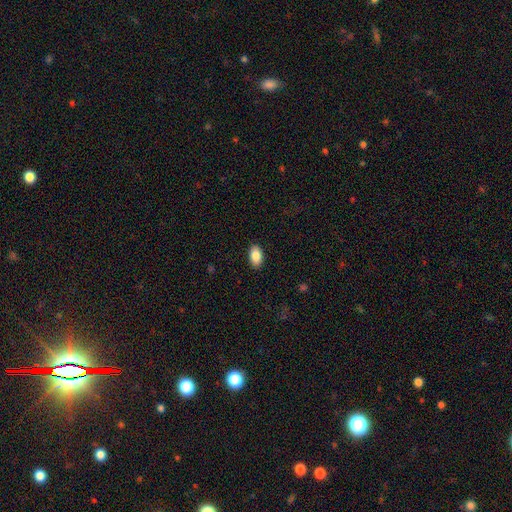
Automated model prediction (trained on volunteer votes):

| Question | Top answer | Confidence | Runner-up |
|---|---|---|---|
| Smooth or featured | smooth | 88% | star or artifact (7%) |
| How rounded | in between | 94% | round (5%) |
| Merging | none | 89% | minor disturbance (8%) |